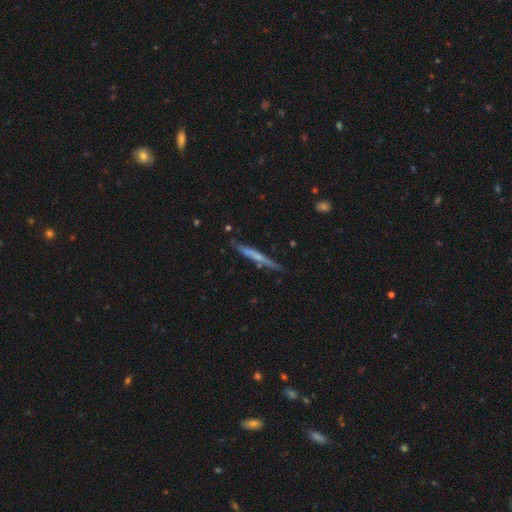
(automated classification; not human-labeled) Overall: featured or disk (50%; smooth 44%). Edge-on disk: yes (95%). Merging: none (83%).